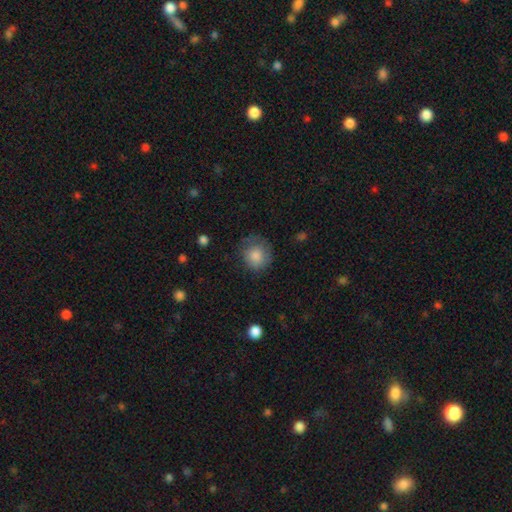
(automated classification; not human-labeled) The model was most divided on "merging": none: 64%, minor disturbance: 24%, major disturbance: 11%, merger: 1%. More confident: how rounded — round (89%); smooth or featured — smooth (79%).